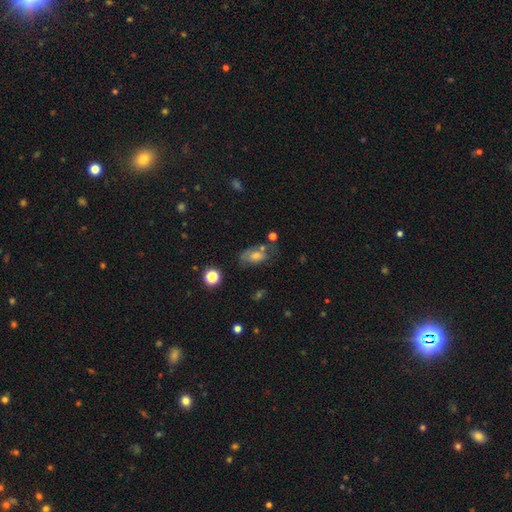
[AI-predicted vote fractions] smooth_or_featured: smooth (p=0.42) [alt: featured or disk p=0.38]
merging: none (p=0.51) [alt: minor disturbance p=0.25]